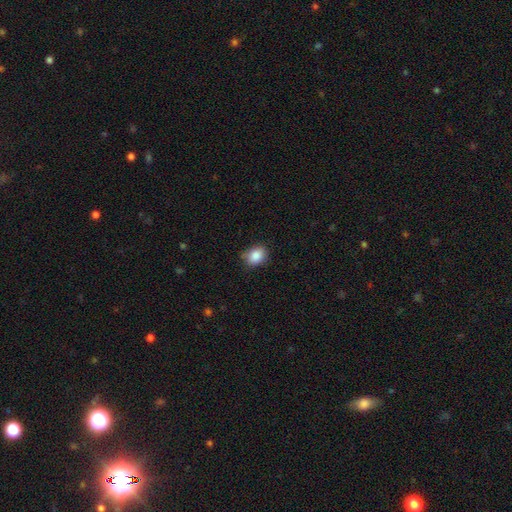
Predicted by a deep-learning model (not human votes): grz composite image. It shows a smooth galaxy with no disk features (87%) that is in between round and cigar-shaped (53%). Merging: none (77%).